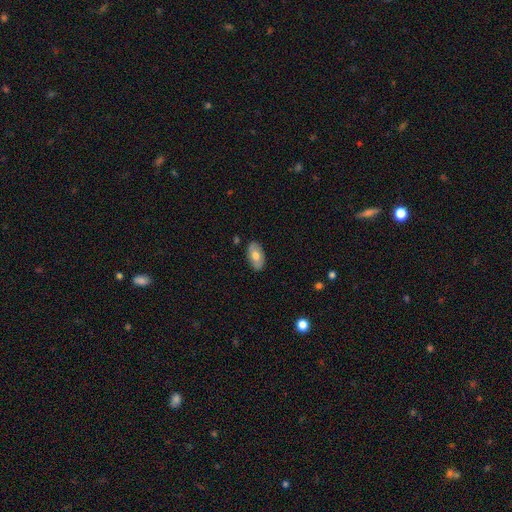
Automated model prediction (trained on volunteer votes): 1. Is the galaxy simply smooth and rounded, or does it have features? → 66% smooth, 28% featured or disk, 6% star or artifact.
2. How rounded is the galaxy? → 94% in between, 4% round, 2% cigar-shaped.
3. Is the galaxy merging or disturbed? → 86% none, 11% minor disturbance, 2% major disturbance, 1% merger.